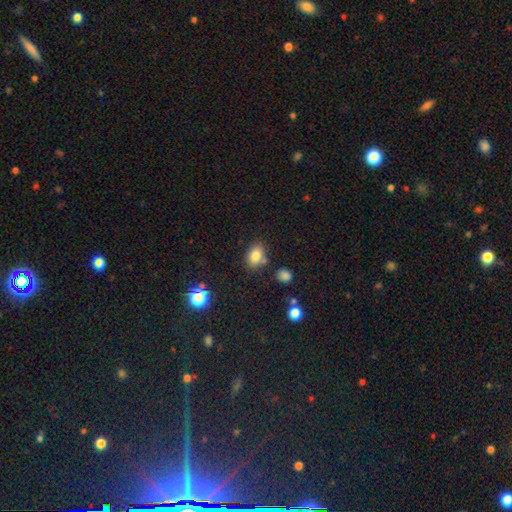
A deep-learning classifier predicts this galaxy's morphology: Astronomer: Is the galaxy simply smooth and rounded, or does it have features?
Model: smooth — 80%.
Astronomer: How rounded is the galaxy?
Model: in between — 74%.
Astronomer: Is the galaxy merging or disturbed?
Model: none — 71%.